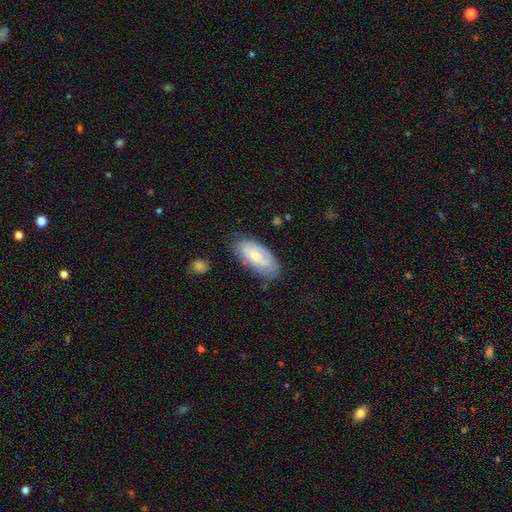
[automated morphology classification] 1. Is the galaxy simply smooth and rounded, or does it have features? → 59% smooth, 34% featured or disk, 6% star or artifact.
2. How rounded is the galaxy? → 91% in between, 7% cigar-shaped, 2% round.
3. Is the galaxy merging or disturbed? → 71% none, 22% minor disturbance, 5% major disturbance, 2% merger.